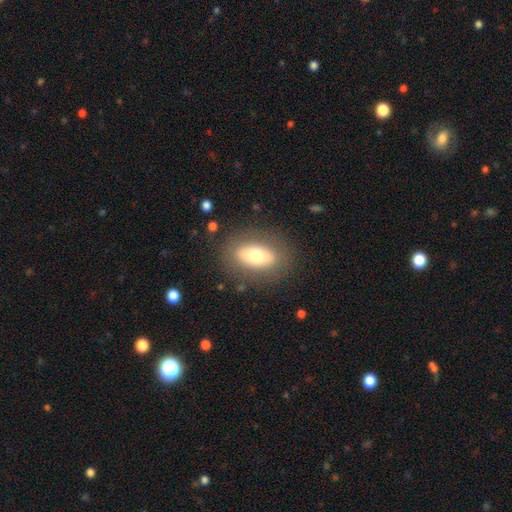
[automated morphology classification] Smooth or featured? smooth (64%)
How rounded? in between (85%)
Merging? none (82%)